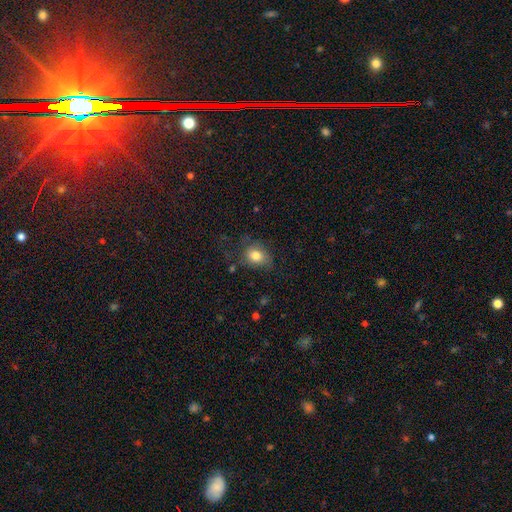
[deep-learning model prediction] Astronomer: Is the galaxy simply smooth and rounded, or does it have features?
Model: smooth — 81%.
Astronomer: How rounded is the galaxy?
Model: in between — 61% (runner-up: round, 38%).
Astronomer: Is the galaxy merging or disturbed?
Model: none — 65%.